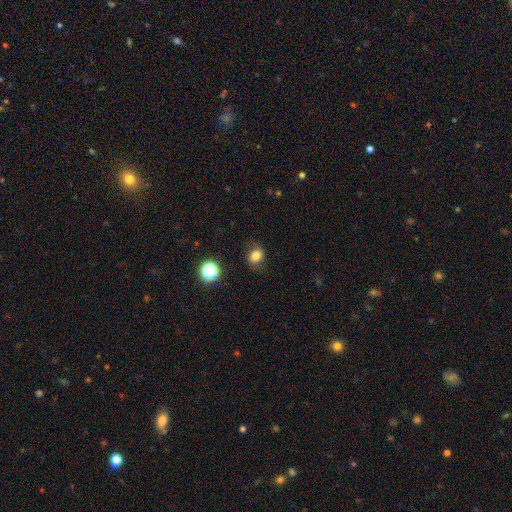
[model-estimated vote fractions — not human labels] Q: Smooth or featured?
A: smooth (78%); runner-up: star or artifact (13%)
Q: How rounded?
A: round (51%); runner-up: in between (48%)
Q: Merging?
A: none (77%); runner-up: minor disturbance (16%)